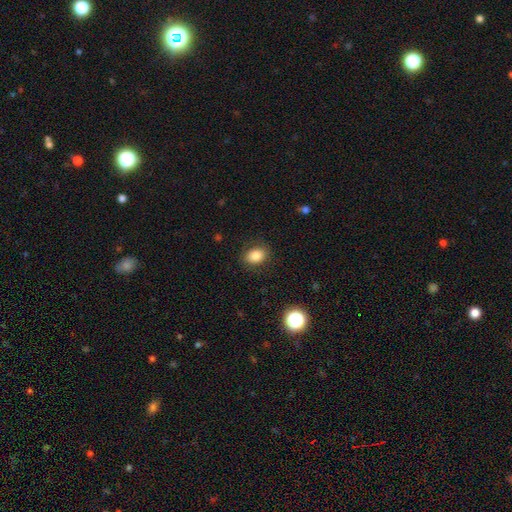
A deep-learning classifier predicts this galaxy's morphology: This appears to be a smooth galaxy with no disk features (83%) that is in between round and cigar-shaped (67%). Merging: none (86%).